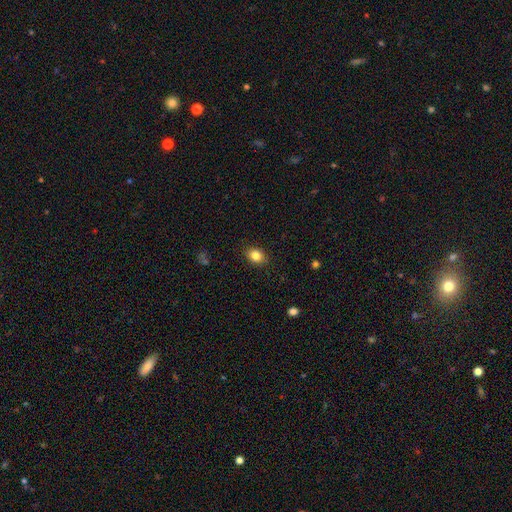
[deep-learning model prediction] smooth 84%, star or artifact 10%, featured or disk 6%. Down the decision tree: how rounded — in between (62%); merging — none (88%).